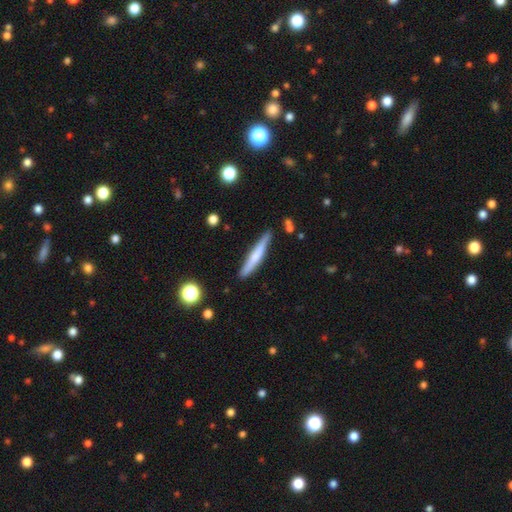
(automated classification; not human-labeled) Smooth or featured? smooth (56%)
How rounded? cigar-shaped (94%)
Merging? none (84%)